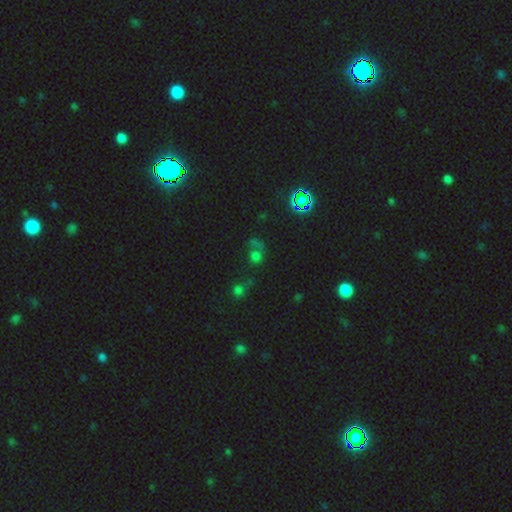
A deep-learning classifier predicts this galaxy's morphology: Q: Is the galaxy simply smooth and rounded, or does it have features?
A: star or artifact — 45%.